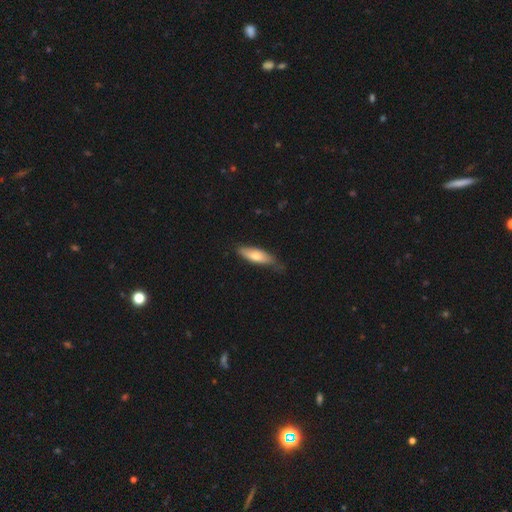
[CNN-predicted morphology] Overall: smooth (66%; featured or disk 29%). How rounded: cigar-shaped (50%; in between 48%). Merging: none (66%; minor disturbance 28%).